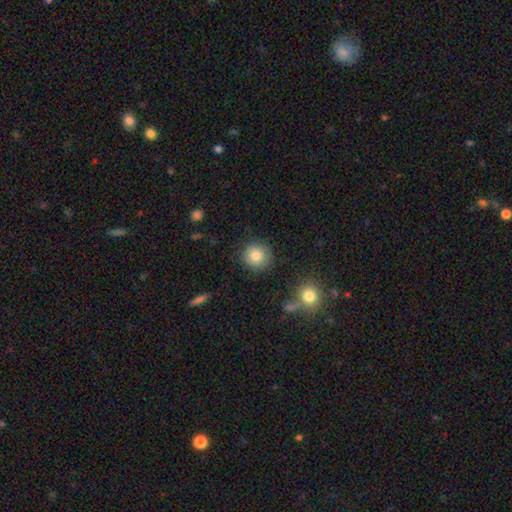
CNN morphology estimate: Overall: smooth (82%). How rounded: round (91%). Merging: none (87%).